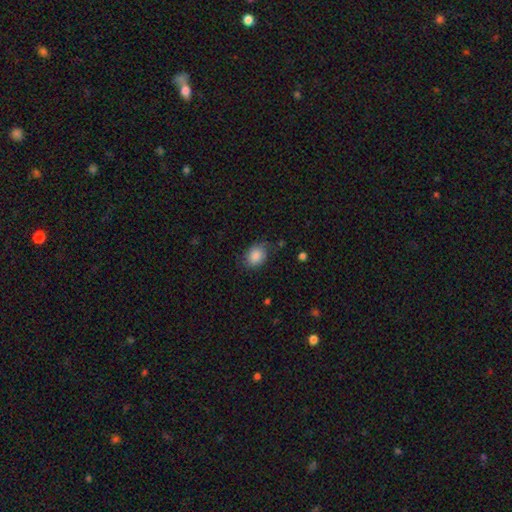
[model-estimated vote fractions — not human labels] Smooth or featured?
  - smooth: 87% *
  - star or artifact: 8%
  - featured or disk: 6%
How rounded?
  - in between: 56% *
  - round: 43%
  - cigar-shaped: 1%
Merging?
  - none: 71% *
  - minor disturbance: 22%
  - major disturbance: 5%
  - merger: 2%